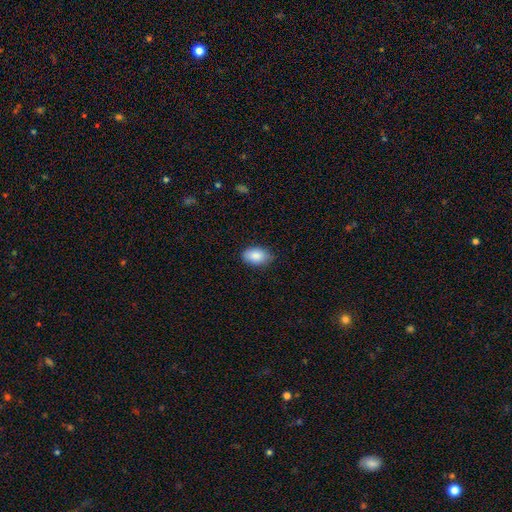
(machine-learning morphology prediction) This is clearly a smooth galaxy (88%). How rounded: clearly in between (91%). Merging: clearly none (81%).